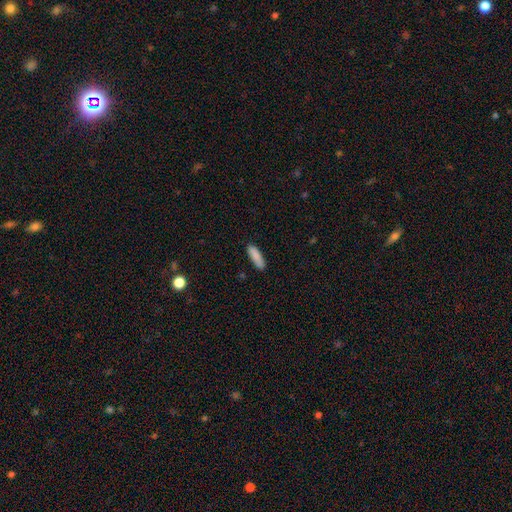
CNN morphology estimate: Smooth or featured? smooth (88%)
How rounded? cigar-shaped (57%)
Merging? none (86%)